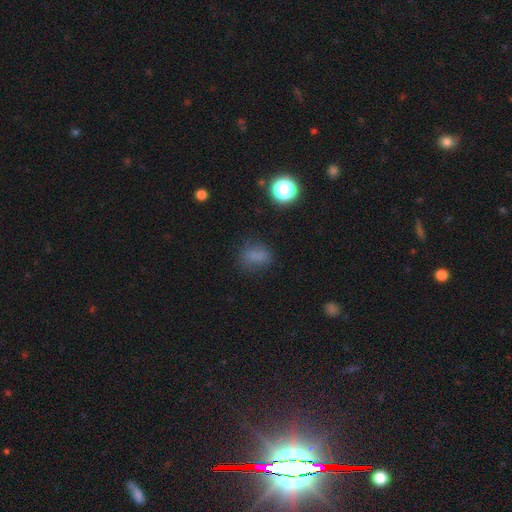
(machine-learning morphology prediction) smooth_or_featured: smooth (p=0.74) [alt: star or artifact p=0.18]
how_rounded: in between (p=0.58) [alt: round p=0.40]
merging: none (p=0.70) [alt: minor disturbance p=0.20]